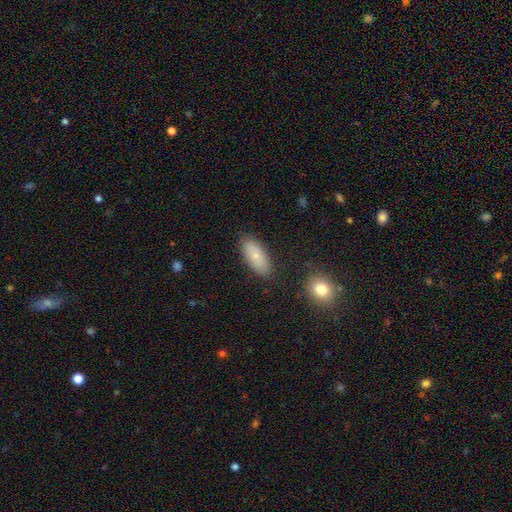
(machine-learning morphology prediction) Smooth or featured? Predicted: smooth (p=0.76). How rounded? Predicted: in between (p=0.87). Merging? Predicted: none (p=0.83).